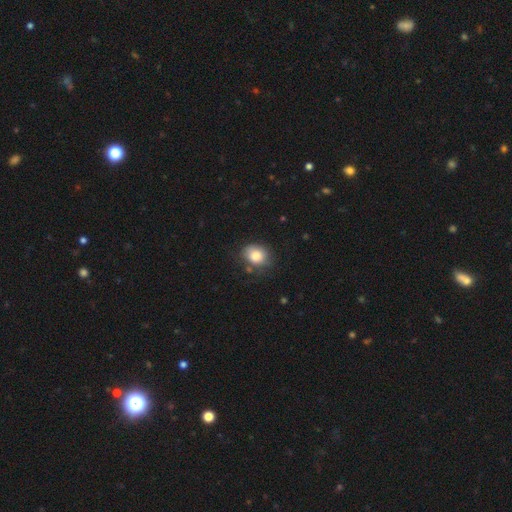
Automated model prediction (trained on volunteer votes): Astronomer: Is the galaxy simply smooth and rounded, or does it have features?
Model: smooth — 82%.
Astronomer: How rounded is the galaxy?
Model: round — 56% (runner-up: in between, 44%).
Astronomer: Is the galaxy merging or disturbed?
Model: none — 67%.